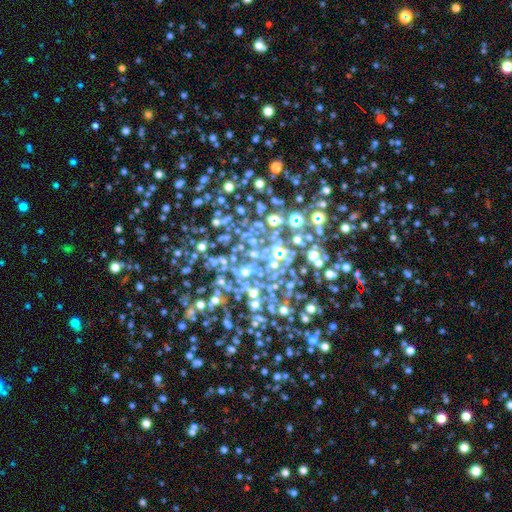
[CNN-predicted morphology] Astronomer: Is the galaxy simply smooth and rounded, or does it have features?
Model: star or artifact — 73%.